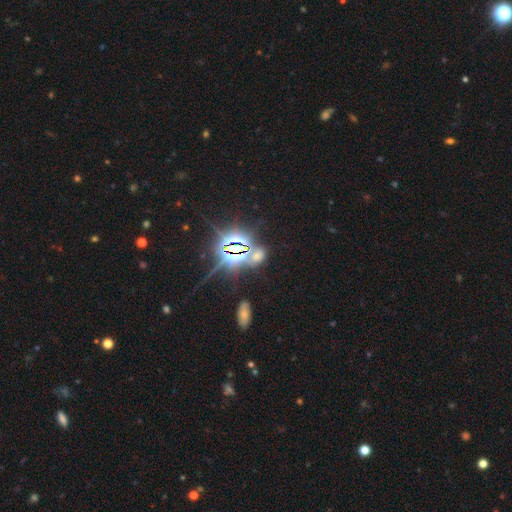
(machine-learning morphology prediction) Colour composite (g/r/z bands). It shows a star or artifact, not a galaxy (70%).